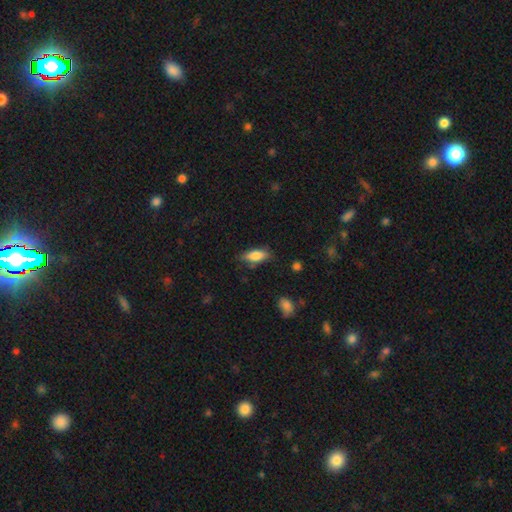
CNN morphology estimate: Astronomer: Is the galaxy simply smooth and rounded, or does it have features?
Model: smooth — 80%.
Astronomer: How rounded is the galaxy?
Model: in between — 76%.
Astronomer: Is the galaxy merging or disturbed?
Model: none — 75%.